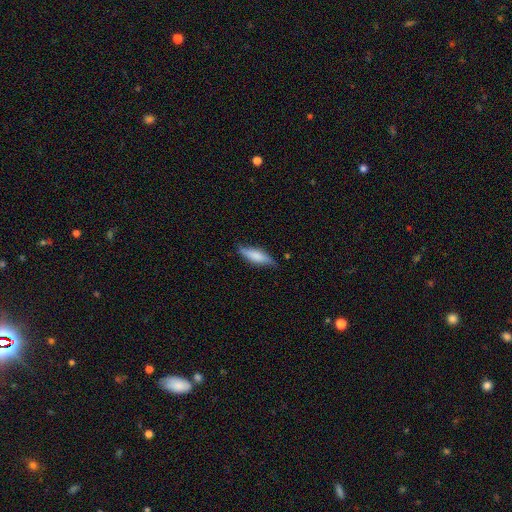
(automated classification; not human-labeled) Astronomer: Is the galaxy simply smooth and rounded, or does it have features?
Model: smooth — 70%.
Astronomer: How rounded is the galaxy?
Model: cigar-shaped — 60% (runner-up: in between, 38%).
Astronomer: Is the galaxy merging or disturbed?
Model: none — 76%.